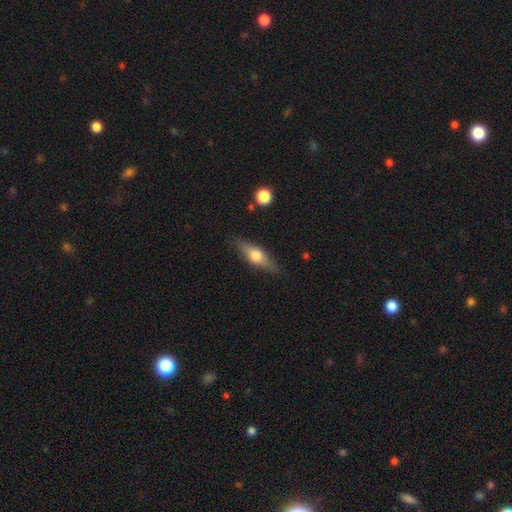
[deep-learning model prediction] Smooth or featured: featured or disk — 54% (smooth — 40%)
Edge-on disk: yes — 91% (no — 9%)
Merging: none — 85% (minor disturbance — 11%)